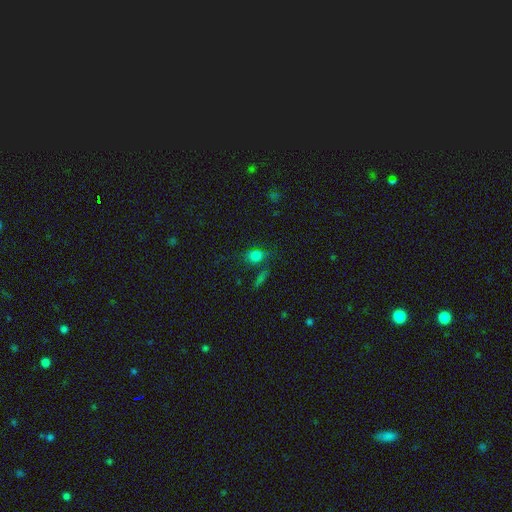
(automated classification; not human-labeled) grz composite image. It shows a smooth galaxy with no disk features (75%) that is in between round and cigar-shaped (58%). Merging: none (64%).